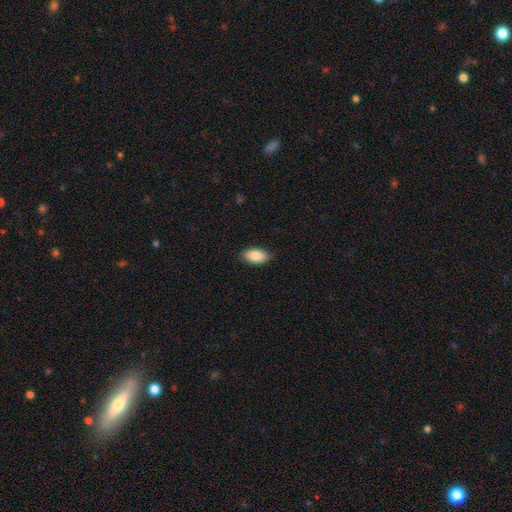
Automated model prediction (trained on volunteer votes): This appears to be a smooth galaxy with no disk features (88%) that is in between round and cigar-shaped (94%). Merging: none (86%).